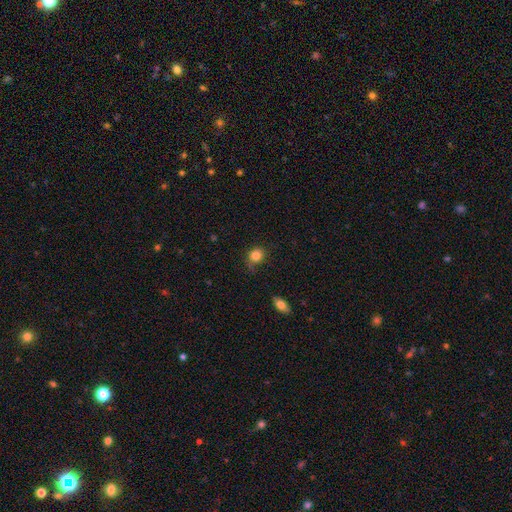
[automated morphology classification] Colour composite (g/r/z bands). It shows a smooth galaxy with no disk features (83%) that is round (71%). Merging: none (63%).